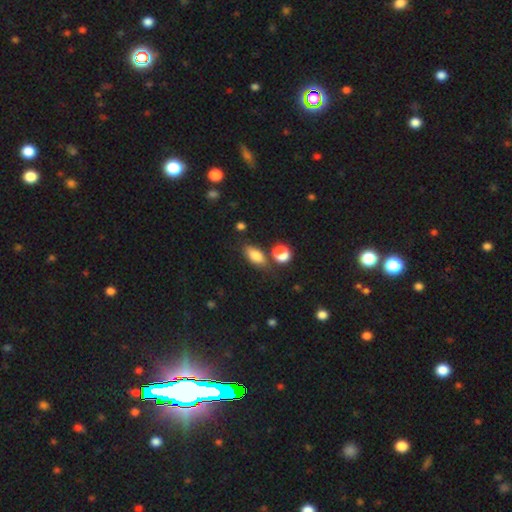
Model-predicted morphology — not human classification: Smooth or featured? Predicted: smooth (p=0.80). How rounded? Predicted: in between (p=0.82). Merging? Predicted: none (p=0.72).